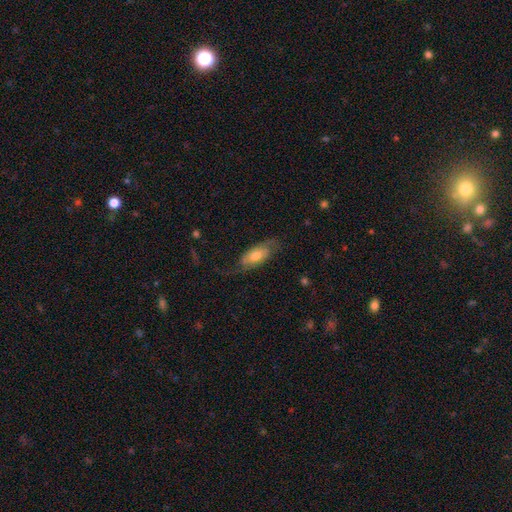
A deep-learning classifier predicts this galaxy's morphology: Smooth or featured? featured or disk (48%)
Merging? none (58%)